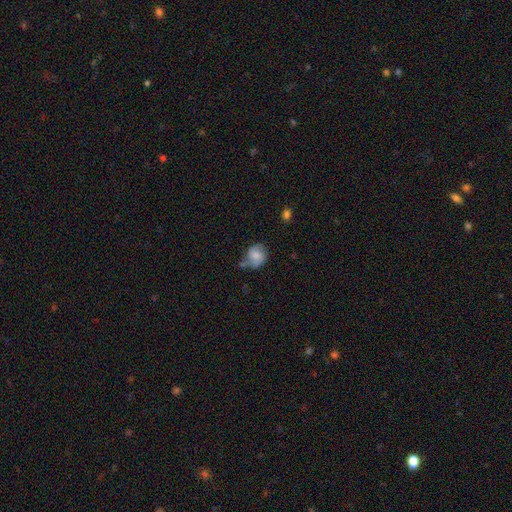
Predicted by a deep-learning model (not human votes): Q: Smooth or featured?
A: smooth (51%); runner-up: featured or disk (40%)
Q: How rounded?
A: round (65%); runner-up: in between (34%)
Q: Merging?
A: none (48%); runner-up: minor disturbance (30%)